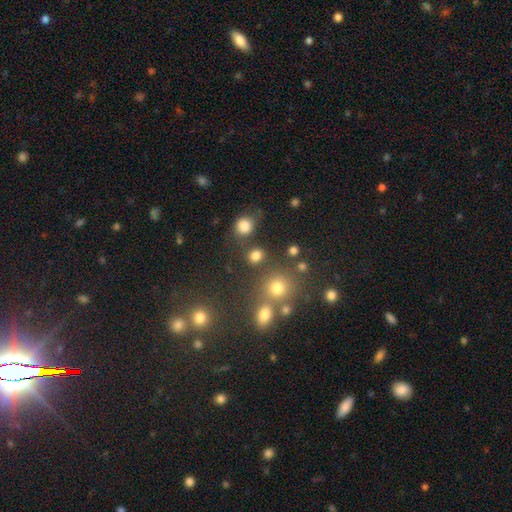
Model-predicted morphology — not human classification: Smooth or featured? smooth (79%)
How rounded? round (79%)
Merging? none (73%)